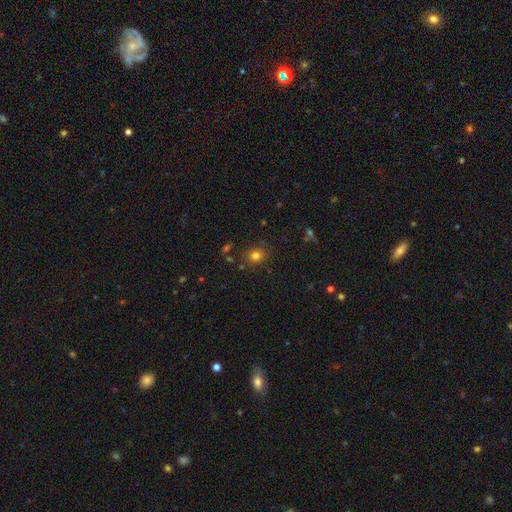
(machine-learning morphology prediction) smooth_or_featured: smooth (p=0.78) [alt: star or artifact p=0.16]
how_rounded: round (p=0.76) [alt: in between p=0.23]
merging: none (p=0.82) [alt: minor disturbance p=0.11]